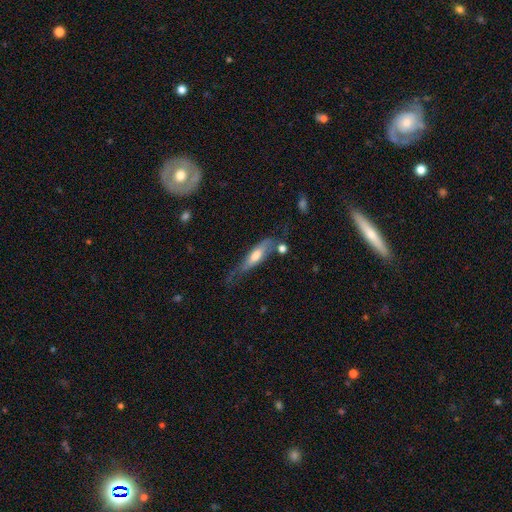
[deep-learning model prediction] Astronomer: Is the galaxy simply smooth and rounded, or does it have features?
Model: featured or disk — 48% (runner-up: smooth, 45%).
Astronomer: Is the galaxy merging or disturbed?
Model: none — 41% (runner-up: minor disturbance, 28%).